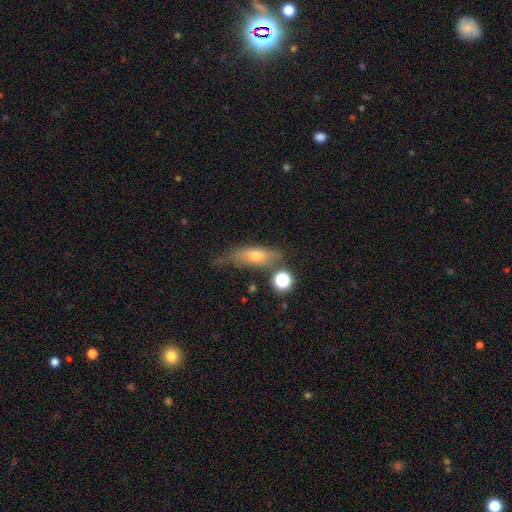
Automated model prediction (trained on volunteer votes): smooth_or_featured: smooth (p=0.59) [alt: featured or disk p=0.31]
how_rounded: in between (p=0.58) [alt: cigar-shaped p=0.36]
merging: none (p=0.54) [alt: minor disturbance p=0.26]